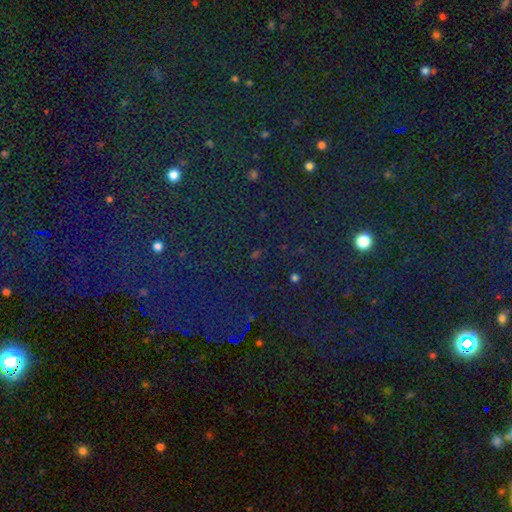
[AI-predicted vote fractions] The model was most divided on "smooth or featured": star or artifact: 80%, smooth: 12%, featured or disk: 8%.